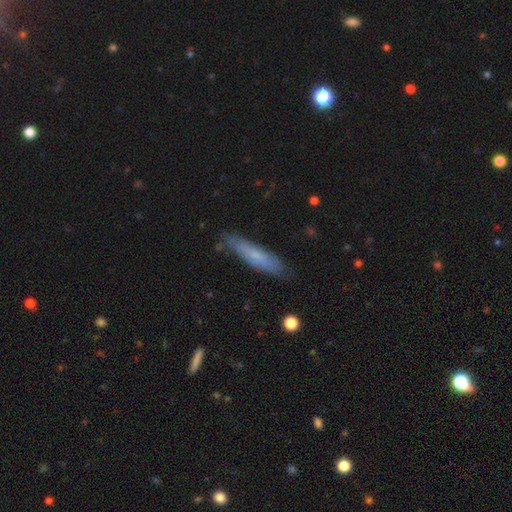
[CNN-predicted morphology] The model was most divided on "smooth or featured": smooth: 62%, featured or disk: 32%, star or artifact: 7%. More confident: how rounded — cigar-shaped (83%); merging — none (79%).